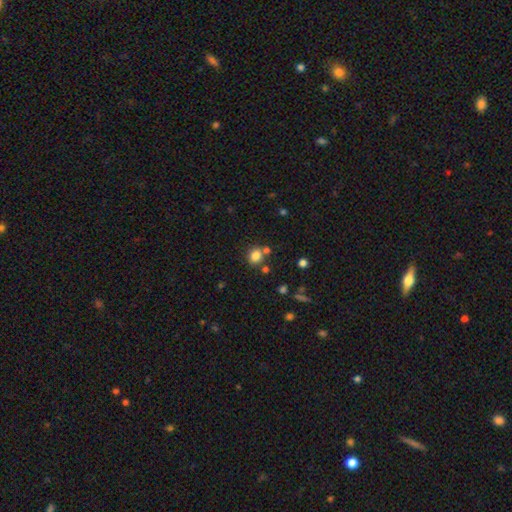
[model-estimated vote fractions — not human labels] This is clearly a smooth galaxy (82%). How rounded: likely round (77%). Merging: likely none (71%).